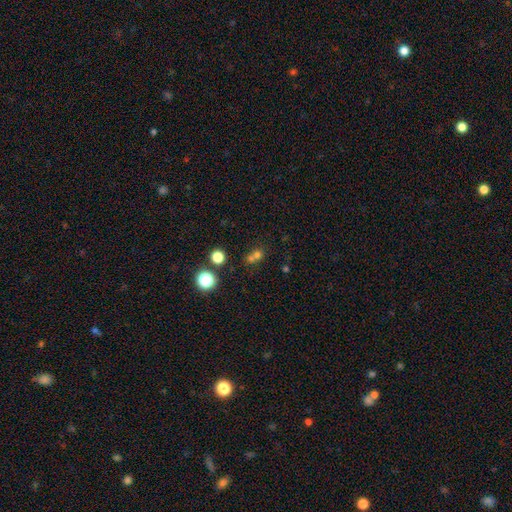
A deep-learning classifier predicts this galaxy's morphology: This appears to be a smooth galaxy with no disk features (66%) that is round (82%). Merging: none (46%).